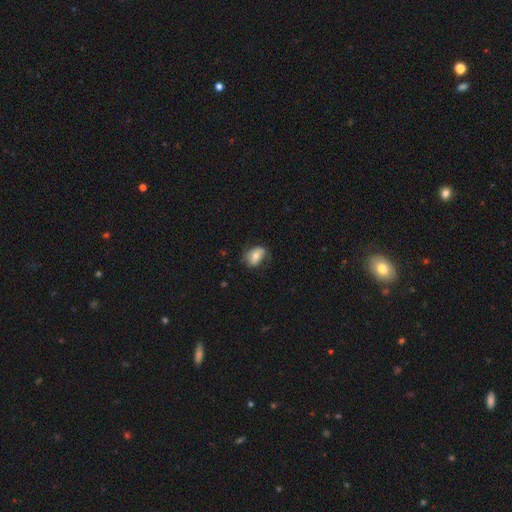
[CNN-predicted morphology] This appears to be a smooth galaxy with no disk features (61%) that is in between round and cigar-shaped (80%). Merging: none (58%).